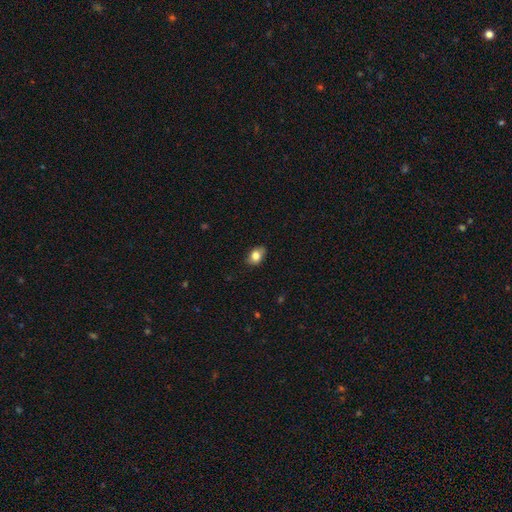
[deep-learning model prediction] A smooth galaxy with no disk features (80%) that is in between round and cigar-shaped (79%).

Vote fractions:
- Smooth or featured? smooth: 80% / featured or disk: 12% / star or artifact: 8%
- How rounded? in between: 79% / round: 19% / cigar-shaped: 2%
- Merging? none: 80% / minor disturbance: 16% / major disturbance: 3% / merger: 1%